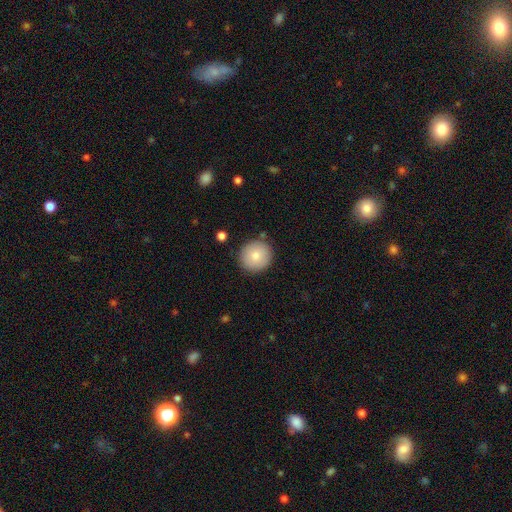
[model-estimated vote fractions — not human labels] Smooth or featured?
  - smooth: 83% *
  - featured or disk: 10%
  - star or artifact: 7%
How rounded?
  - round: 92% *
  - in between: 7%
  - cigar-shaped: 1%
Merging?
  - none: 88% *
  - minor disturbance: 8%
  - major disturbance: 2%
  - merger: 2%